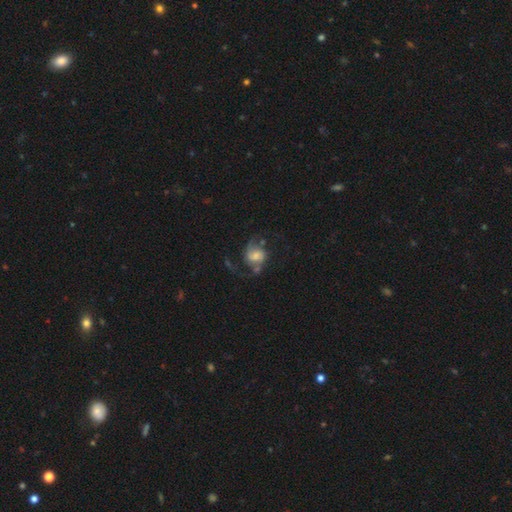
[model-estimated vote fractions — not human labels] A featured or disk galaxy (67%) with no bar (53%), 2 (85%) loose (52%) spiral arms (90%) and a moderate central bulge (36%). Merging: none (48%).